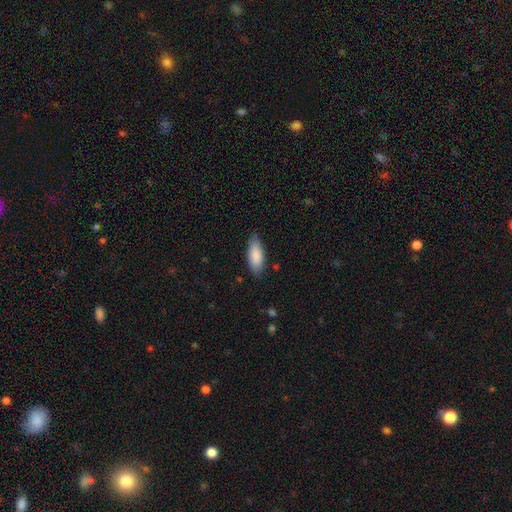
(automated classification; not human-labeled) A smooth galaxy with no disk features (87%) that is in between round and cigar-shaped (76%). Merging: none (80%).